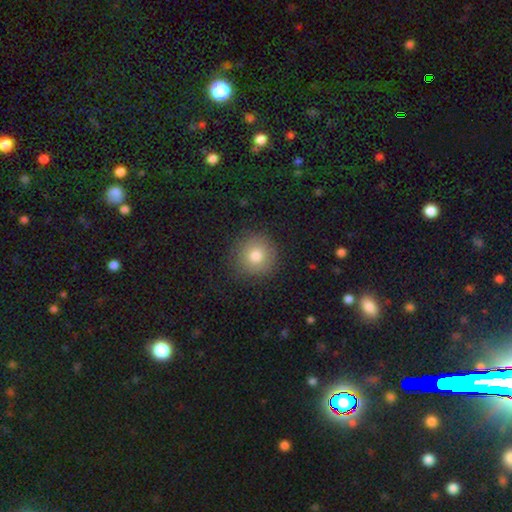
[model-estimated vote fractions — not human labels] Smooth or featured: smooth — 80% (star or artifact — 10%)
How rounded: round — 93% (in between — 6%)
Merging: none — 87% (minor disturbance — 9%)